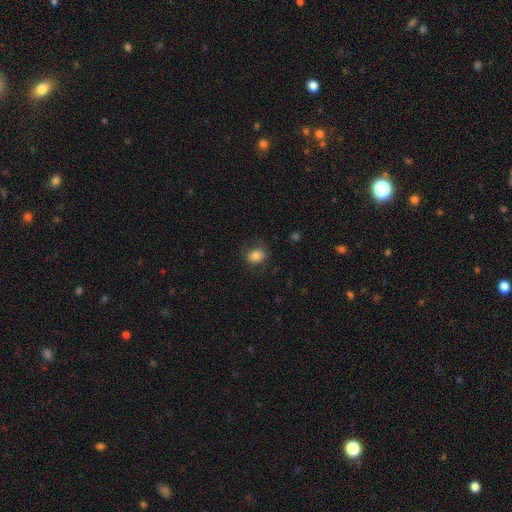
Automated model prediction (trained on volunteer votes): Smooth or featured: smooth — 81% (featured or disk — 10%)
How rounded: round — 54% (in between — 45%)
Merging: none — 73% (minor disturbance — 17%)